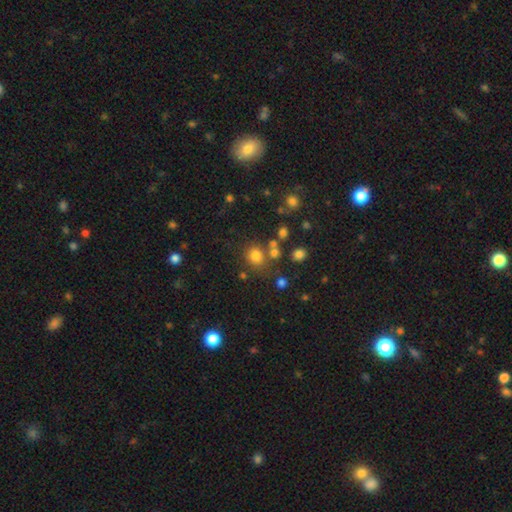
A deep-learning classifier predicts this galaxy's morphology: type=smooth (75%); roundness=round (78%); merging=none (69%).